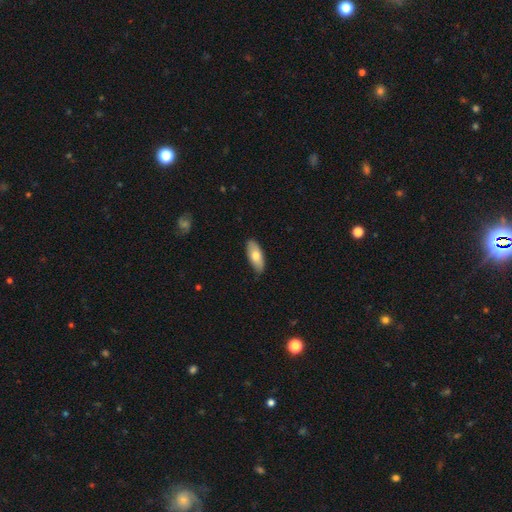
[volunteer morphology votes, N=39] Smooth or featured?
  - smooth: 74% *
  - featured or disk: 23%
  - star or artifact: 3%
How rounded?
  - in between: 79% *
  - cigar-shaped: 14%
  - round: 7%
Merging?
  - none: 84% *
  - minor disturbance: 16%
  - major disturbance: 0%
  - merger: 0%